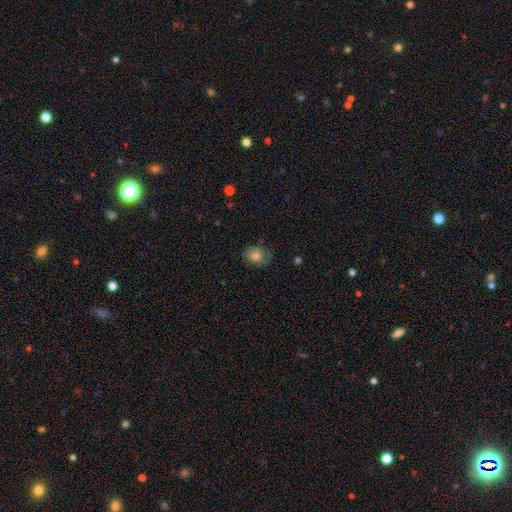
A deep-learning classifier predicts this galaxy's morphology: A smooth galaxy with no disk features (57%) that is round (50%).

Vote fractions:
- Smooth or featured? smooth: 57% / featured or disk: 32% / star or artifact: 12%
- How rounded? round: 50% / in between: 49% / cigar-shaped: 1%
- Merging? none: 67% / minor disturbance: 22% / major disturbance: 10% / merger: 1%